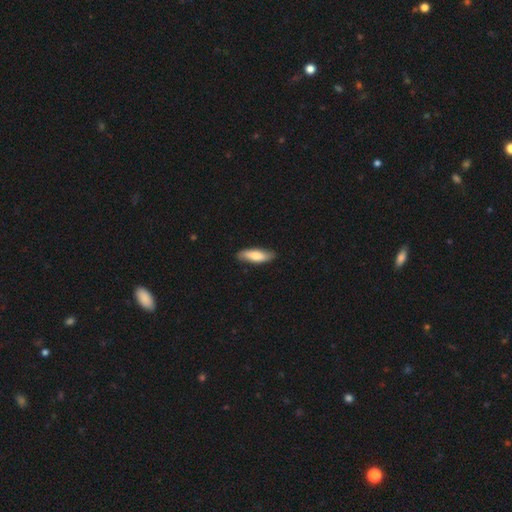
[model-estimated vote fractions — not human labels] Smooth or featured? smooth (74%)
How rounded? in between (50%)
Merging? none (84%)